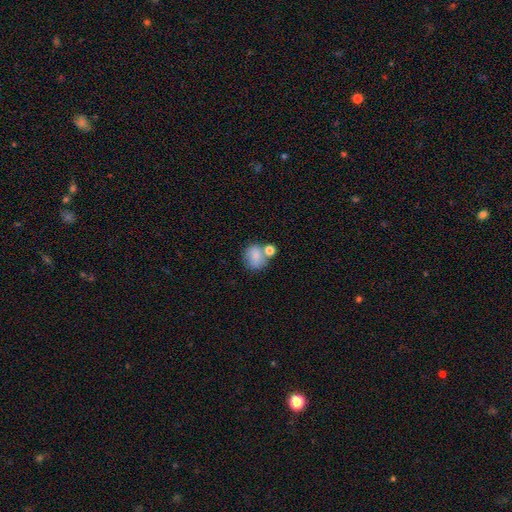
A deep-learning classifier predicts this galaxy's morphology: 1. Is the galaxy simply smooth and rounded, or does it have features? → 78% smooth, 12% featured or disk, 10% star or artifact.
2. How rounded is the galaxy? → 68% round, 31% in between, 1% cigar-shaped.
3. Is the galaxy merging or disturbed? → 47% none, 30% merger, 15% minor disturbance, 7% major disturbance.